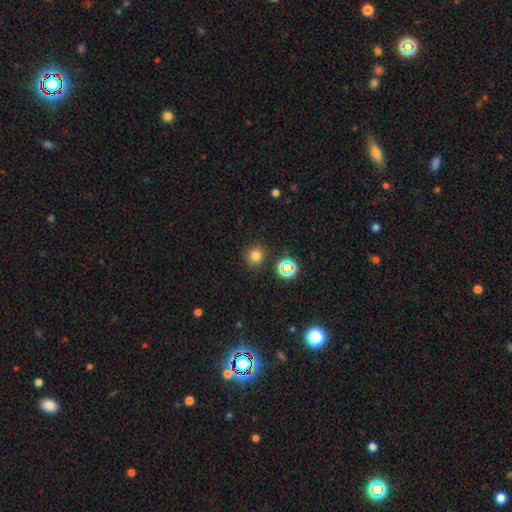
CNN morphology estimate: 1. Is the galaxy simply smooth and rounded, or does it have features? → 75% smooth, 19% star or artifact, 6% featured or disk.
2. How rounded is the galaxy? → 89% round, 10% in between, 1% cigar-shaped.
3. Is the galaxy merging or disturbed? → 87% none, 7% minor disturbance, 3% merger, 3% major disturbance.